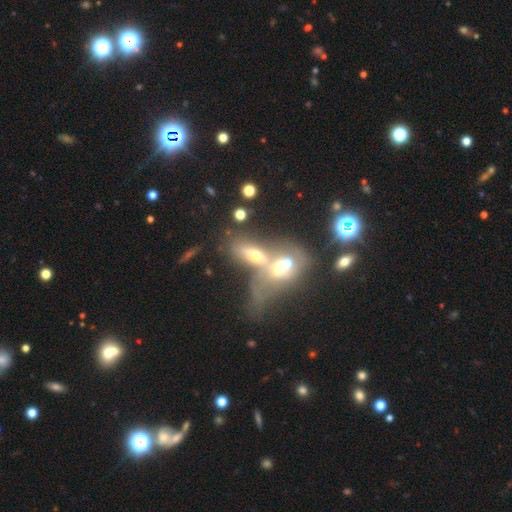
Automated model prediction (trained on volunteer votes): Morphology: type=featured or disk (42%); merging=merger (68%).